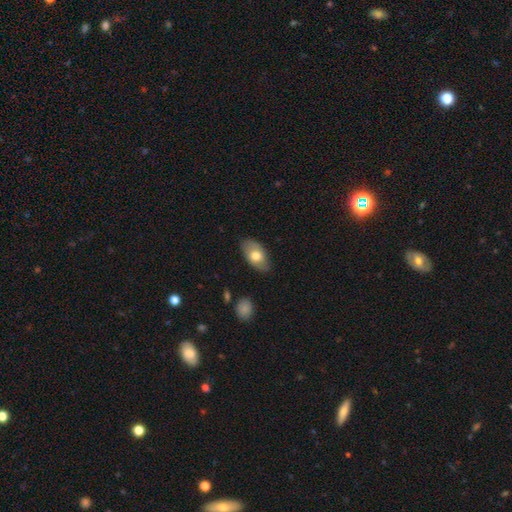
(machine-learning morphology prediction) Overall: smooth (69%). How rounded: in between (93%). Merging: none (80%).